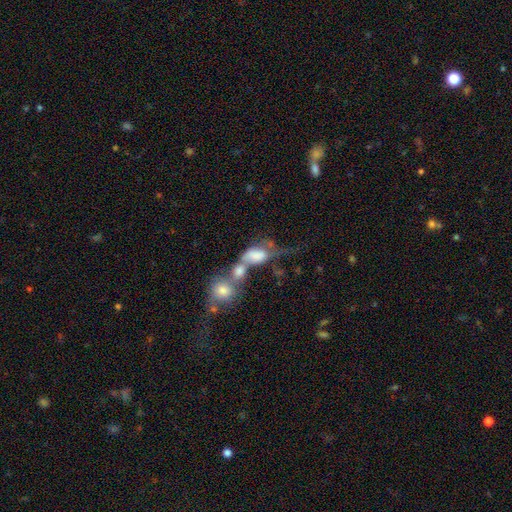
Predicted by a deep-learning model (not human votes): Smooth or featured: smooth — 63% (featured or disk — 26%)
How rounded: in between — 79% (round — 16%)
Merging: merger — 67% (major disturbance — 16%)